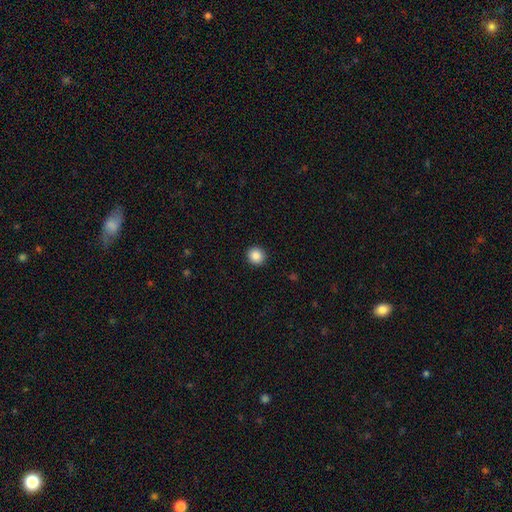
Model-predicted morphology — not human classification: A smooth galaxy with no disk features (87%) that is round (91%).

Vote fractions:
- Smooth or featured? smooth: 87% / star or artifact: 9% / featured or disk: 3%
- How rounded? round: 91% / in between: 8% / cigar-shaped: 1%
- Merging? none: 92% / minor disturbance: 5% / major disturbance: 2% / merger: 1%